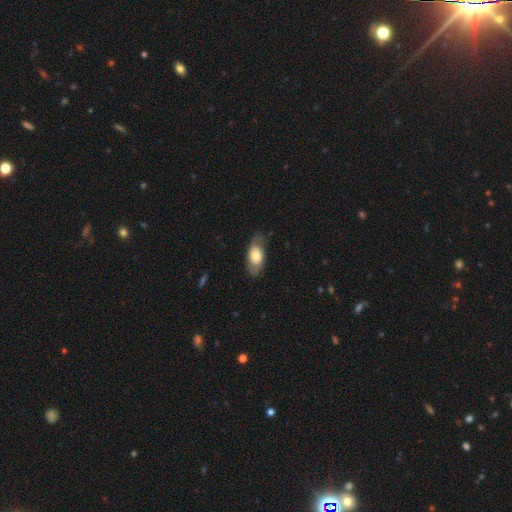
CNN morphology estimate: Overall: smooth (49%; featured or disk 45%). Merging: none (73%).